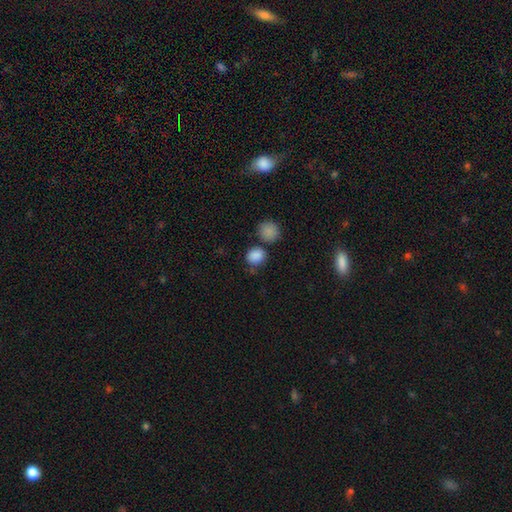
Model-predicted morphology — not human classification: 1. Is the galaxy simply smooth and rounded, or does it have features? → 86% smooth, 10% star or artifact, 4% featured or disk.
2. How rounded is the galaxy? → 66% round, 33% in between, 1% cigar-shaped.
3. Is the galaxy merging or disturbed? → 67% none, 17% merger, 12% minor disturbance, 4% major disturbance.